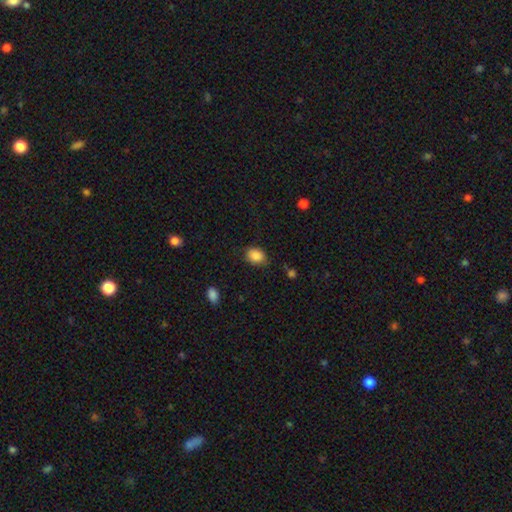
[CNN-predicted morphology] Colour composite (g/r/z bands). It shows a smooth galaxy with no disk features (87%) that is in between round and cigar-shaped (66%). Merging: none (75%).